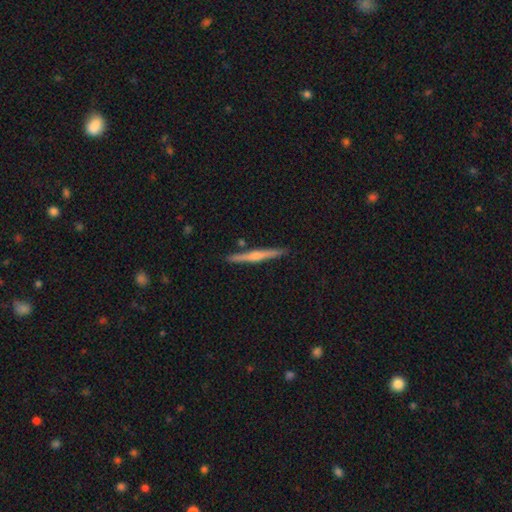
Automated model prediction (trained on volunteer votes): This is likely a featured or disk galaxy (73%). It is clearly viewed edge-on (98%). Edge-on bulge: likely rounded (78%). Merging: clearly none (89%).